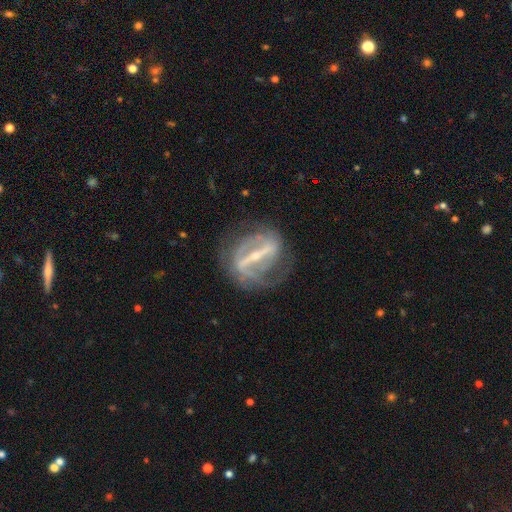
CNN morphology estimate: Smooth or featured? featured or disk (87%)
Edge-on disk? no (87%)
Bar? strong (83%)
Spiral arms? yes (77%)
Spiral winding? medium (39%)
Spiral arm count? 2 (64%)
Bulge size? small (68%)
Merging? none (68%)